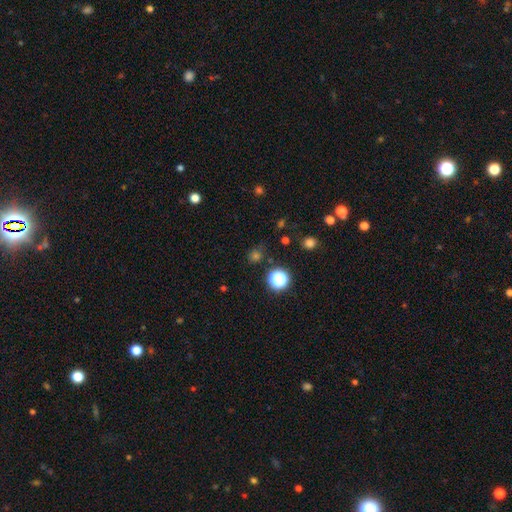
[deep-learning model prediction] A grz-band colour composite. It shows a smooth galaxy with no disk features (52%) that is round (84%). Merging: none (80%).